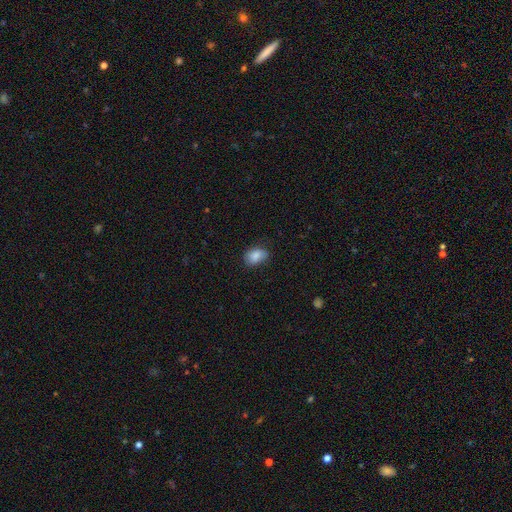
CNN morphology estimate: This appears to be a smooth galaxy with no disk features (83%) that is in between round and cigar-shaped (82%). Merging: none (70%).